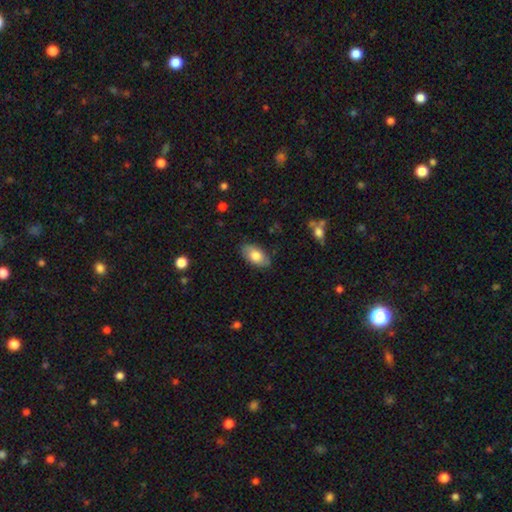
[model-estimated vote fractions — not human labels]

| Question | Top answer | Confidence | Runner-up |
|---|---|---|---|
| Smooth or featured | smooth | 76% | featured or disk (18%) |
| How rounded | in between | 94% | round (4%) |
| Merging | none | 82% | minor disturbance (14%) |